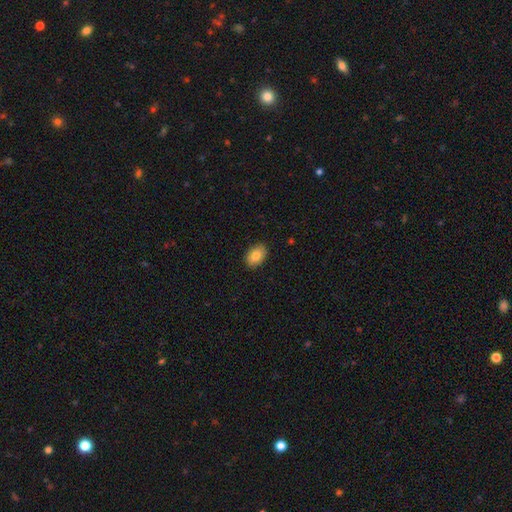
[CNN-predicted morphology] smooth-or-featured: smooth: 82% | featured or disk: 11% | star or artifact: 8%
  how-rounded: in between: 82% | round: 17% | cigar-shaped: 1%
  merging: none: 89% | minor disturbance: 9% | major disturbance: 2% | merger: 1%